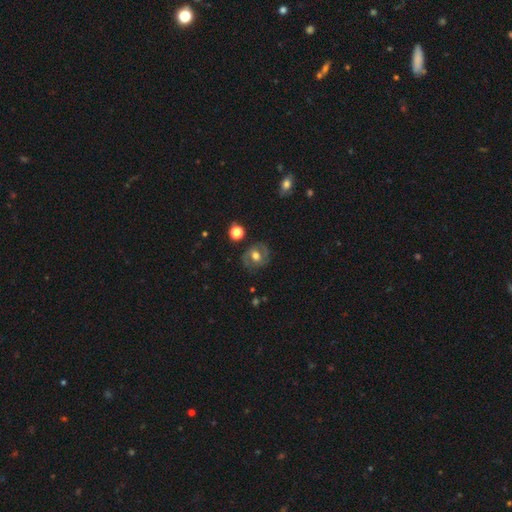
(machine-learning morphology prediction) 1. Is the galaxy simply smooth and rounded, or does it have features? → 56% featured or disk, 35% smooth, 9% star or artifact.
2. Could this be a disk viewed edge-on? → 96% no, 4% yes.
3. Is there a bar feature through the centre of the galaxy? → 52% no, 35% weak, 13% strong.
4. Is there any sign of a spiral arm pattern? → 67% yes, 33% no.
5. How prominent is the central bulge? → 68% moderate, 20% large, 9% small, 2% dominant, 2% none.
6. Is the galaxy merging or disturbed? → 78% none, 14% minor disturbance, 6% major disturbance, 2% merger.